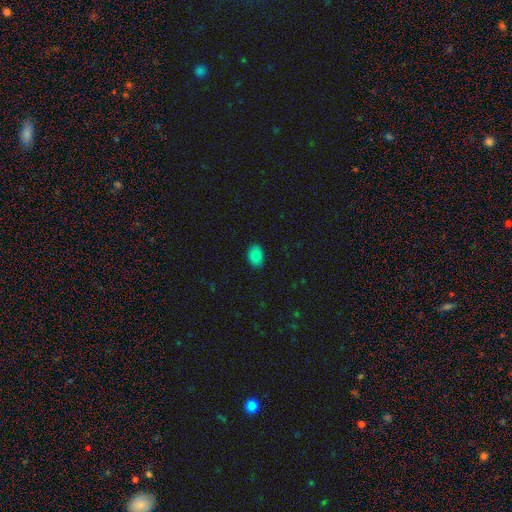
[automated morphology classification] This appears to be a smooth galaxy with no disk features (84%) that is in between round and cigar-shaped (83%). Merging: none (88%).